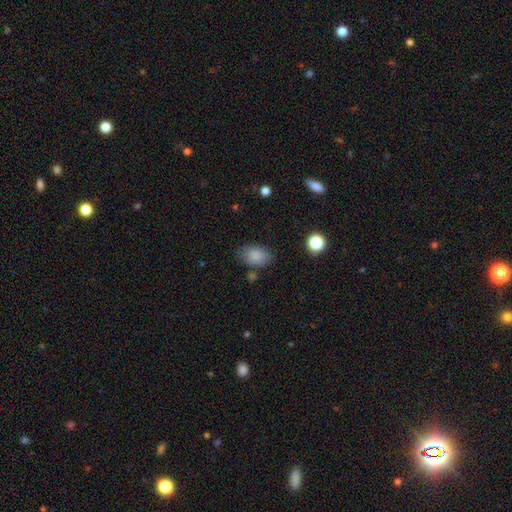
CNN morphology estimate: Overall: smooth (86%). How rounded: in between (85%). Merging: none (76%).